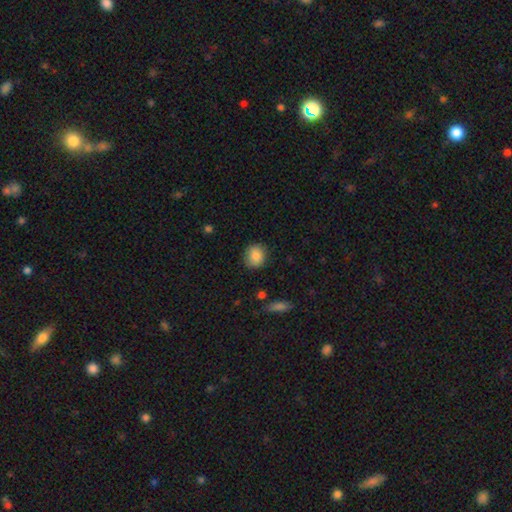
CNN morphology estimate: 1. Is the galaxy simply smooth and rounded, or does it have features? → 86% smooth, 8% star or artifact, 6% featured or disk.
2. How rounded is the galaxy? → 79% round, 20% in between, 1% cigar-shaped.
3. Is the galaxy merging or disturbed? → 85% none, 11% minor disturbance, 3% major disturbance, 1% merger.